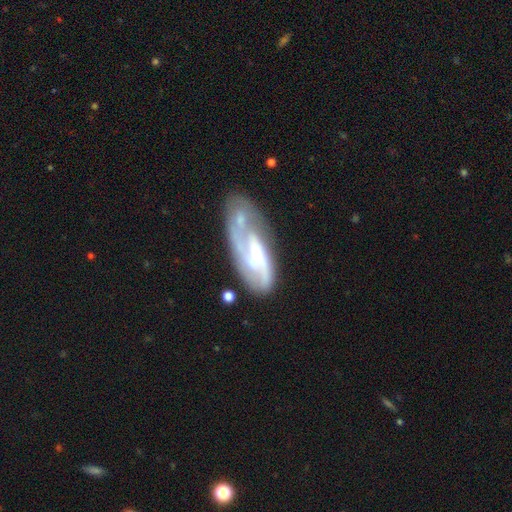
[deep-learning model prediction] smooth-or-featured: featured or disk: 73% | smooth: 20% | star or artifact: 6%
  disk-edge-on: no: 90% | yes: 10%
    bar: no: 45% | weak: 39% | strong: 16%
    has-spiral-arms: yes: 86% | no: 14%
      spiral-winding: medium: 42% | tight: 30% | loose: 28%
      spiral-arm-count: 2: 43% | can't tell: 23% | 1: 19% | 3: 10% | 4: 3% | more than 4: 2%
    bulge-size: moderate: 42% | small: 32% | none: 13% | large: 12% | dominant: 2%
  merging: none: 46% | minor disturbance: 22% | major disturbance: 19% | merger: 13%